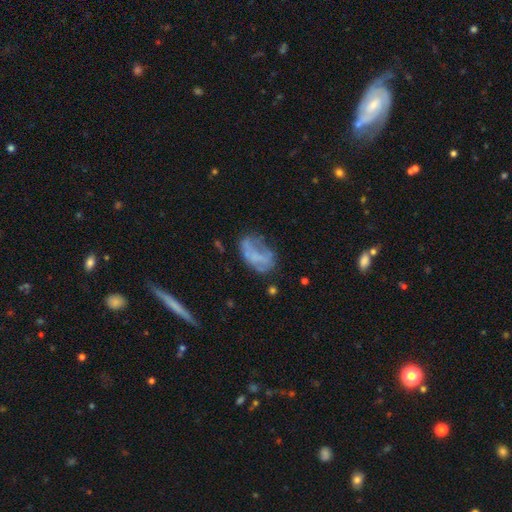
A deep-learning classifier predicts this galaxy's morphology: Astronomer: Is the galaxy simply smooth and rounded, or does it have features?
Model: featured or disk — 45% (runner-up: smooth, 42%).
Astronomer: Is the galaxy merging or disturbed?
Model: none — 41% (runner-up: major disturbance, 27%).